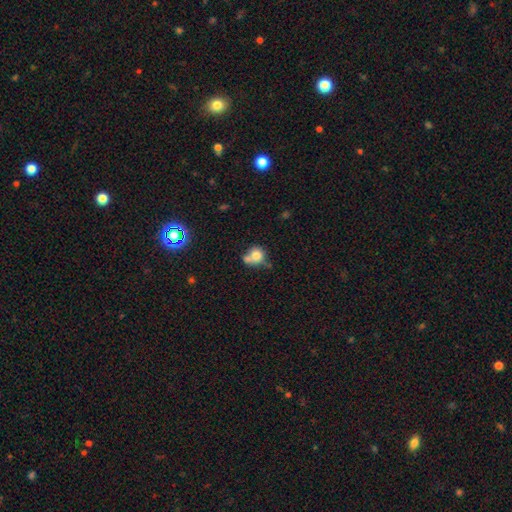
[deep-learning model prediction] Smooth or featured? smooth (75%)
How rounded? round (79%)
Merging? merger (39%)